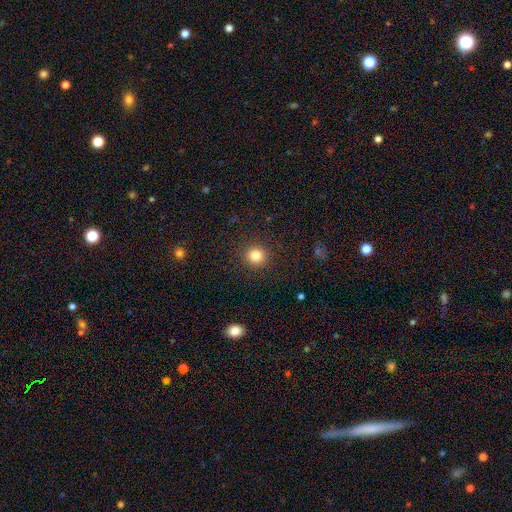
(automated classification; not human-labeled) Smooth or featured? smooth (83%)
How rounded? round (90%)
Merging? none (91%)